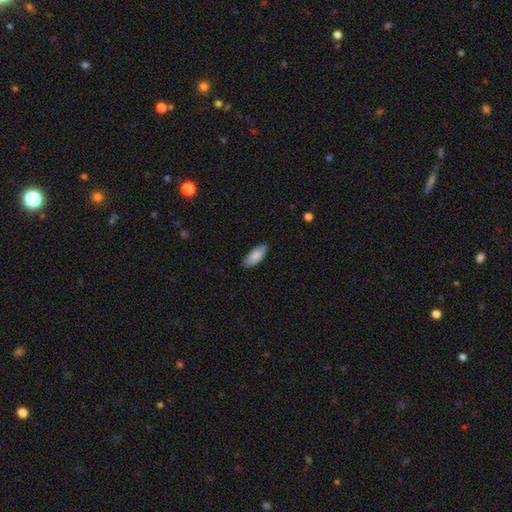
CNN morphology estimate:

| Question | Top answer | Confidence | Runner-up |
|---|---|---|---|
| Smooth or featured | smooth | 86% | featured or disk (8%) |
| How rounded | in between | 82% | cigar-shaped (16%) |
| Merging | none | 84% | minor disturbance (13%) |